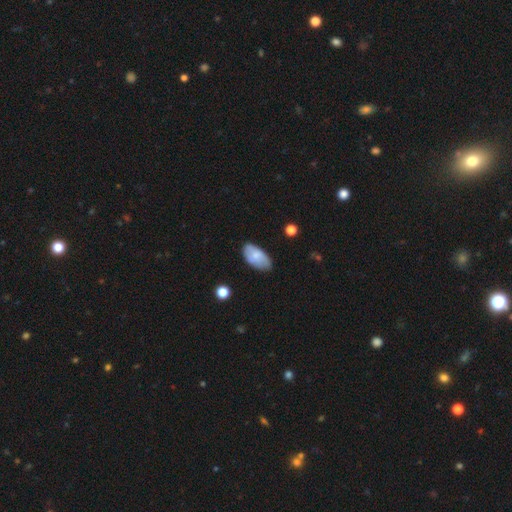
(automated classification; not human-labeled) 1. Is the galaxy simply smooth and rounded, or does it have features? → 67% smooth, 26% featured or disk, 7% star or artifact.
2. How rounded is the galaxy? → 94% in between, 3% cigar-shaped, 3% round.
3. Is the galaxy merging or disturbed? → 71% none, 24% minor disturbance, 4% major disturbance, 2% merger.